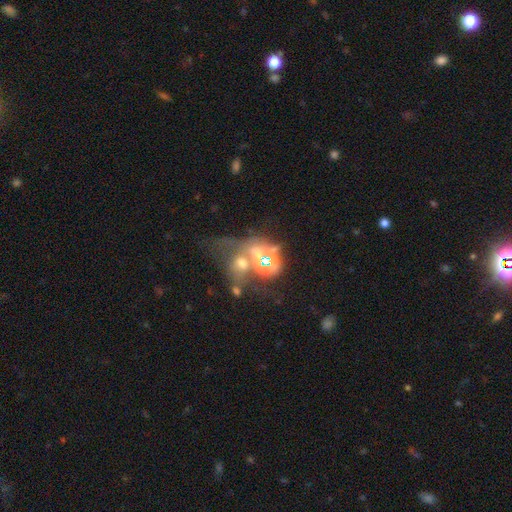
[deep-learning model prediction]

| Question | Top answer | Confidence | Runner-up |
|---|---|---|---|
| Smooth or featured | featured or disk | 44% | smooth (32%) |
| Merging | merger | 62% | major disturbance (16%) |